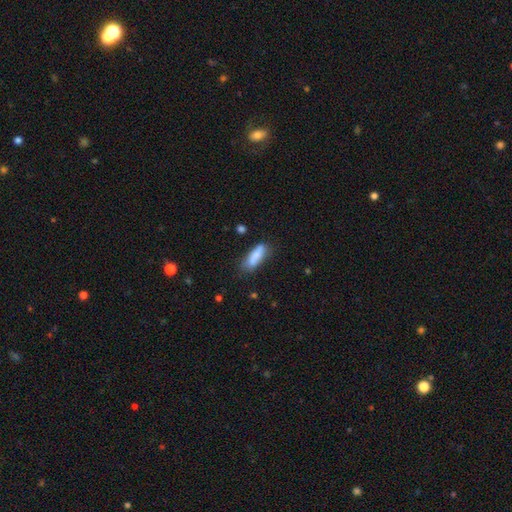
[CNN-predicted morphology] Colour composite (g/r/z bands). It shows a smooth galaxy with no disk features (82%) that is in between round and cigar-shaped (50%). Merging: none (66%).